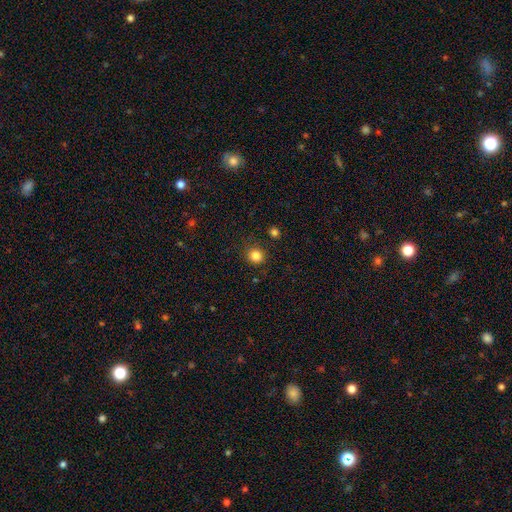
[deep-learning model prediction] smooth-or-featured: smooth: 83% | star or artifact: 12% | featured or disk: 4%
  how-rounded: round: 88% | in between: 11% | cigar-shaped: 1%
  merging: none: 87% | minor disturbance: 8% | major disturbance: 3% | merger: 2%